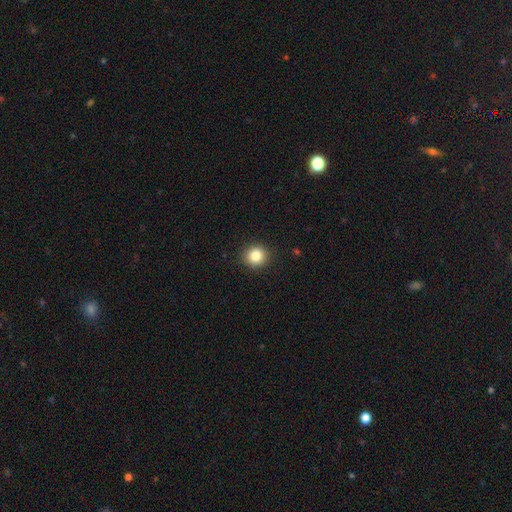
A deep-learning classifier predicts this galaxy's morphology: Smooth or featured: smooth — 86% (star or artifact — 10%)
How rounded: round — 91% (in between — 8%)
Merging: none — 91% (minor disturbance — 6%)